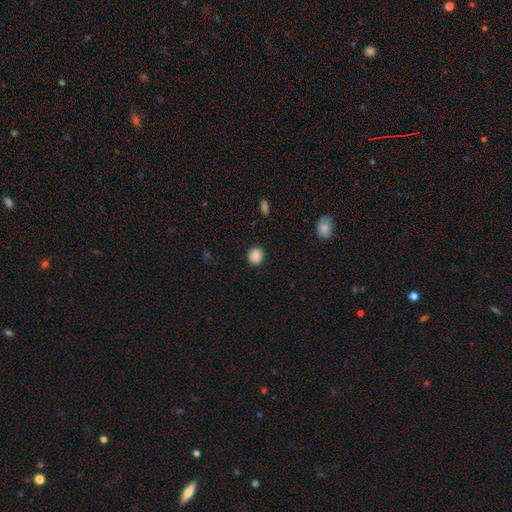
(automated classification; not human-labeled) Morphology: type=smooth (88%); roundness=round (83%); merging=none (90%).